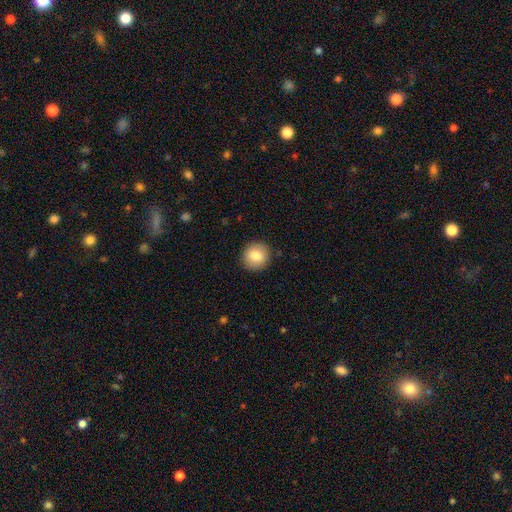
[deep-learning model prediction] The model was most divided on "smooth or featured": smooth: 82%, featured or disk: 10%, star or artifact: 8%. More confident: merging — none (90%); how rounded — round (89%).